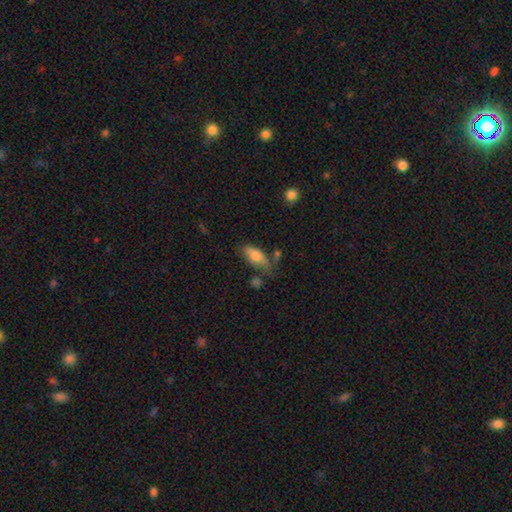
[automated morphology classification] A smooth galaxy with no disk features (73%) that is in between round and cigar-shaped (82%).

Vote fractions:
- Smooth or featured? smooth: 73% / featured or disk: 20% / star or artifact: 7%
- How rounded? in between: 82% / cigar-shaped: 15% / round: 3%
- Merging? none: 54% / minor disturbance: 26% / merger: 10% / major disturbance: 10%